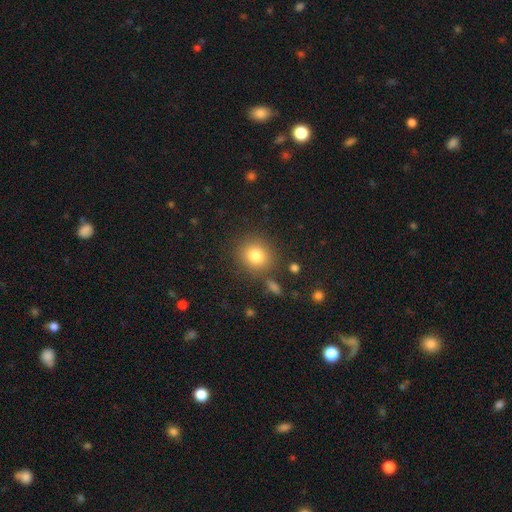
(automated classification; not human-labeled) Smooth or featured? smooth (81%)
How rounded? round (83%)
Merging? none (83%)